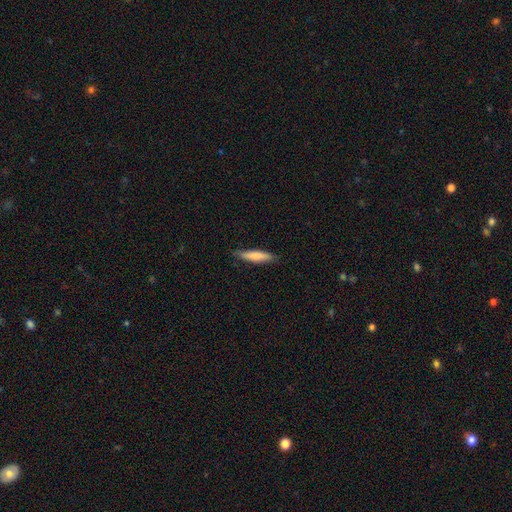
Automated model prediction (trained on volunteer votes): Overall: smooth (77%). How rounded: cigar-shaped (86%). Merging: none (86%).